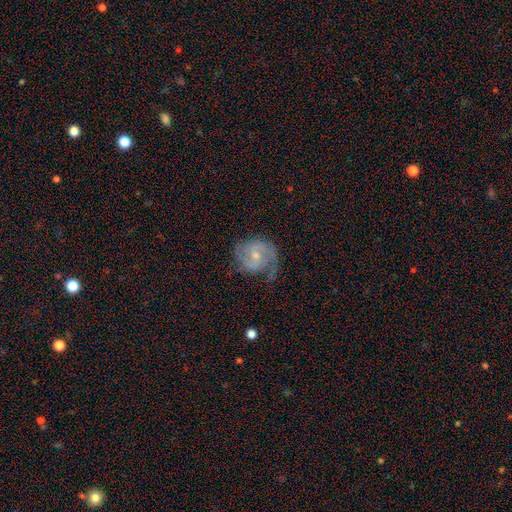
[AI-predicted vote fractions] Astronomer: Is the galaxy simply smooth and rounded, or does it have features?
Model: featured or disk — 82%.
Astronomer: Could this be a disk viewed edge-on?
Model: no — 98%.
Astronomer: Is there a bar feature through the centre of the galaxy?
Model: no — 51% (runner-up: weak, 42%).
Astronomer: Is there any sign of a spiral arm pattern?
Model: yes — 95%.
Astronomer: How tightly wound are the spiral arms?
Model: medium — 47% (runner-up: tight, 36%).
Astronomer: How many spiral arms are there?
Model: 2 — 72%.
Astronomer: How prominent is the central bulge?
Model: small — 53% (runner-up: moderate, 41%).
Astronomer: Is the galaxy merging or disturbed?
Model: none — 62%.